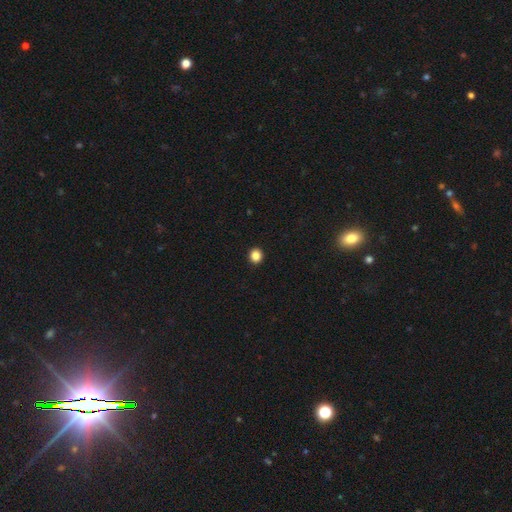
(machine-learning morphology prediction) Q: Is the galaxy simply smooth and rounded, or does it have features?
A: smooth — 85%.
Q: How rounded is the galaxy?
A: round — 91%.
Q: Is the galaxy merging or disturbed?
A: none — 94%.